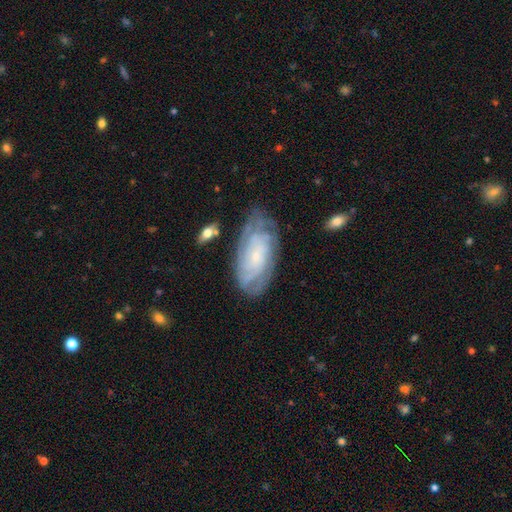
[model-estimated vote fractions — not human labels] Smooth or featured? featured or disk (75%)
Edge-on disk? no (94%)
Bar? no (71%)
Spiral arms? yes (92%)
Spiral winding? tight (70%)
Spiral arm count? can't tell (49%)
Bulge size? small (74%)
Merging? none (69%)